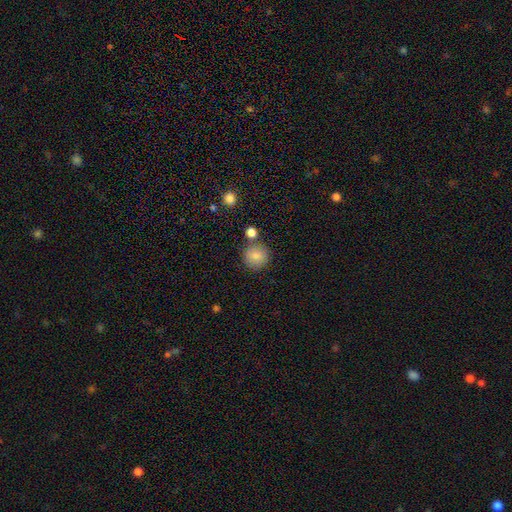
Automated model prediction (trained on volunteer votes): Smooth or featured: smooth — 85% (star or artifact — 9%)
How rounded: round — 93% (in between — 6%)
Merging: none — 81% (merger — 8%)